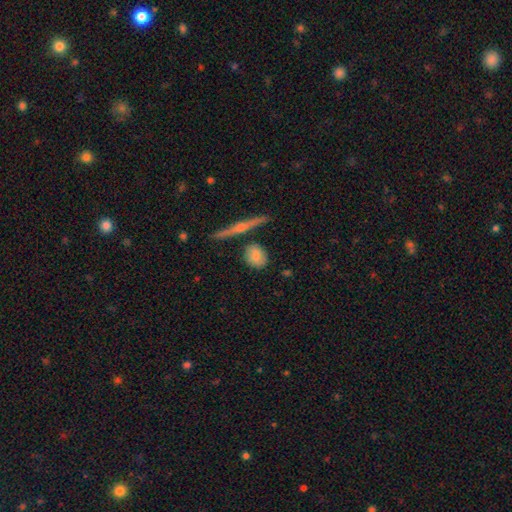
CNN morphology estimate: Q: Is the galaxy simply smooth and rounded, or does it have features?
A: smooth — 75%.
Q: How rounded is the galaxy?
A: round — 62%.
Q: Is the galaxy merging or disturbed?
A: none — 75%.